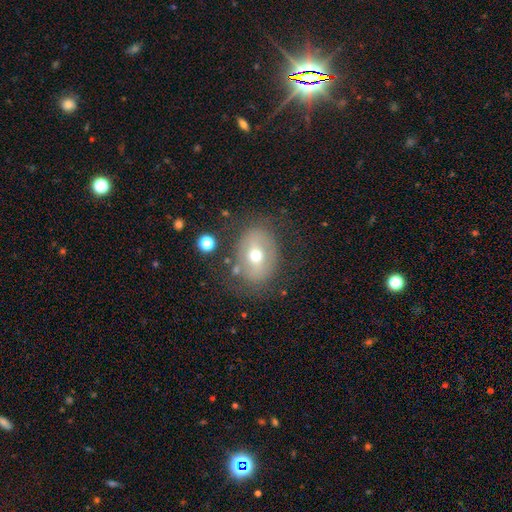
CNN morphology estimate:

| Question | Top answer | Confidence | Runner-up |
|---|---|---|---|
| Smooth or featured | featured or disk | 46% | smooth (44%) |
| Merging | none | 70% | minor disturbance (17%) |